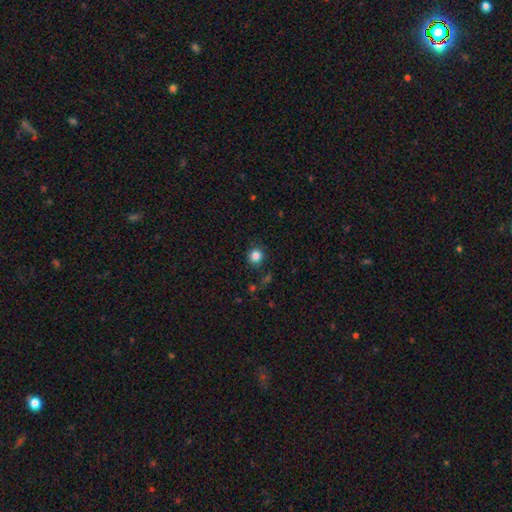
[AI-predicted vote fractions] A smooth galaxy with no disk features (83%) that is round (91%).

Vote fractions:
- Smooth or featured? smooth: 83% / star or artifact: 12% / featured or disk: 5%
- How rounded? round: 91% / in between: 8% / cigar-shaped: 1%
- Merging? none: 86% / minor disturbance: 9% / major disturbance: 3% / merger: 2%